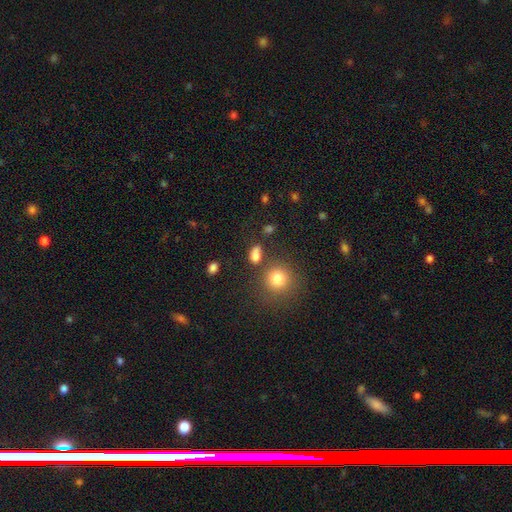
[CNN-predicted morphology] This is likely a smooth galaxy (77%). How rounded: likely in between (67%). Merging: likely none (60%).